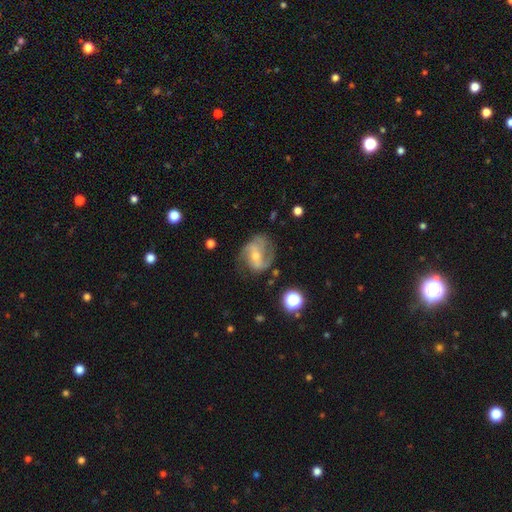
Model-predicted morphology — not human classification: Smooth or featured: featured or disk — 79% (smooth — 14%)
Edge-on disk: no — 97% (yes — 3%)
Bar: weak — 42% (no — 41%)
Spiral arms: yes — 93% (no — 7%)
Spiral winding: medium — 49% (loose — 30%)
Spiral arm count: 2 — 54% (3 — 21%)
Bulge size: moderate — 49% (small — 46%)
Merging: none — 59% (minor disturbance — 23%)